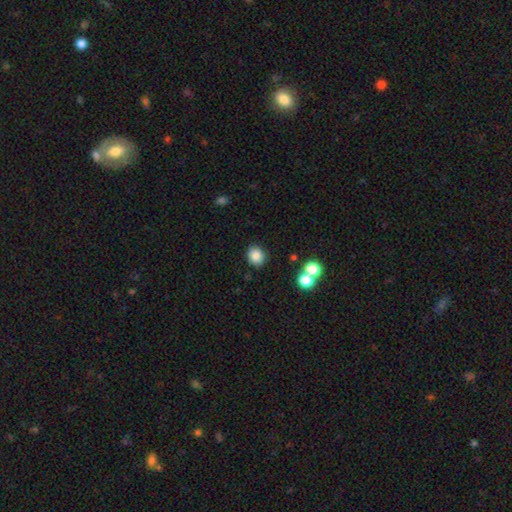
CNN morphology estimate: Overall: smooth (83%). How rounded: round (73%). Merging: none (87%).